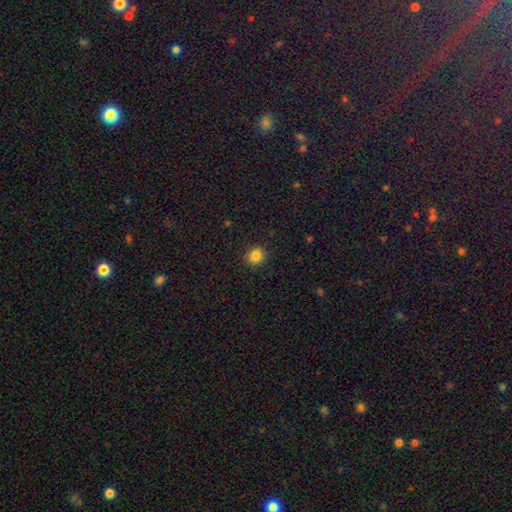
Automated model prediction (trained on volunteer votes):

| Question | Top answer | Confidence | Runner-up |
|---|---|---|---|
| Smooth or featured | smooth | 85% | star or artifact (11%) |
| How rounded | round | 76% | in between (23%) |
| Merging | none | 91% | minor disturbance (7%) |